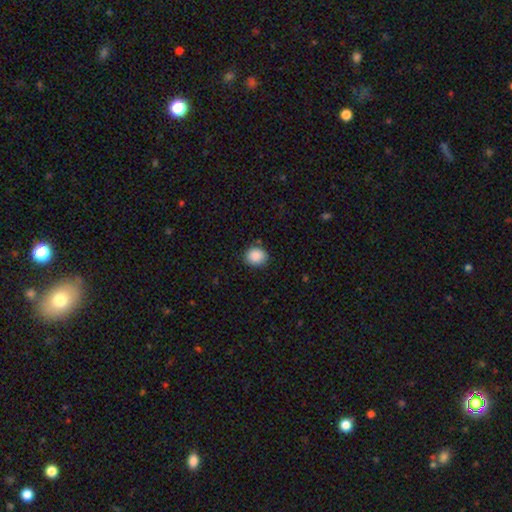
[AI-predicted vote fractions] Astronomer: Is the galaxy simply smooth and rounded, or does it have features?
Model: smooth — 88%.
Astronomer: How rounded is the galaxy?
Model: round — 76%.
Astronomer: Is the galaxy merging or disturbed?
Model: none — 86%.